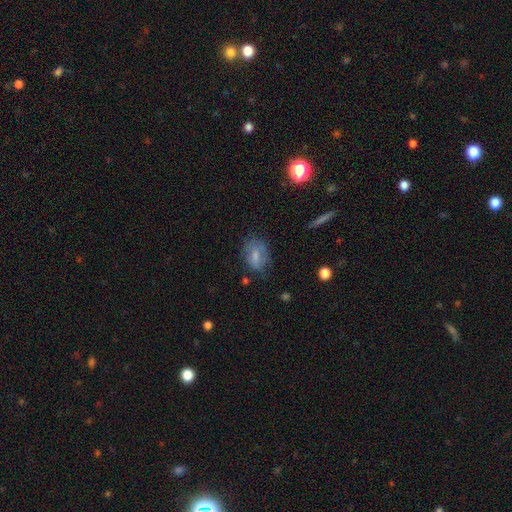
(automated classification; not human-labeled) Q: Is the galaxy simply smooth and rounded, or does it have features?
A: smooth — 66%.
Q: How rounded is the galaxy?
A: in between — 79%.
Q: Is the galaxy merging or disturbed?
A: none — 62%.